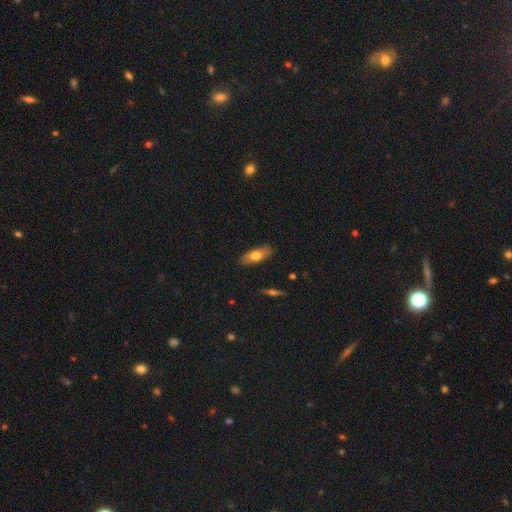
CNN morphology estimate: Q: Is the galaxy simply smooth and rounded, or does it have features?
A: smooth — 68%.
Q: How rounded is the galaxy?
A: in between — 75%.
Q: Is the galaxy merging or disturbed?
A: none — 86%.